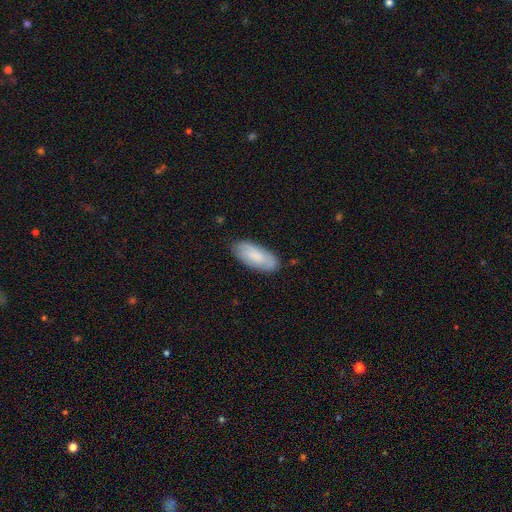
Smooth or featured? 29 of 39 (74%) said smooth. How rounded? 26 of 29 (90%) said in between. Merging? 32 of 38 (84%) said none.